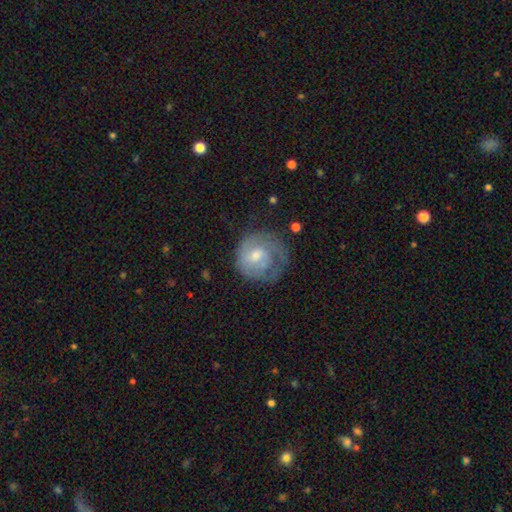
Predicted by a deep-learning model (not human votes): Overall: featured or disk (62%; smooth 31%). Edge-on disk: no (97%). Bar: no (55%; weak 39%). Spiral arms: yes (81%). Bulge size: moderate (55%; small 34%). Merging: none (60%; minor disturbance 22%).